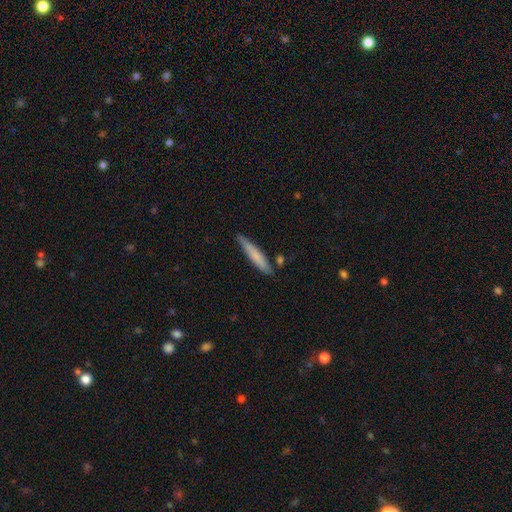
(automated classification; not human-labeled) Smooth or featured? Predicted: smooth (p=0.72). How rounded? Predicted: cigar-shaped (p=0.92). Merging? Predicted: none (p=0.79).